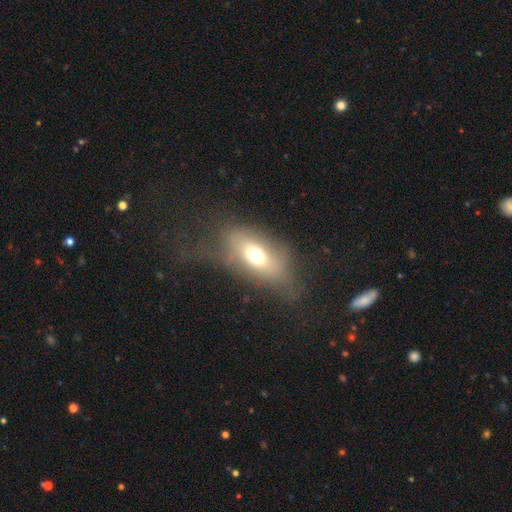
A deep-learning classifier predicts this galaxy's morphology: Smooth or featured? smooth (61%)
How rounded? in between (79%)
Merging? none (52%)